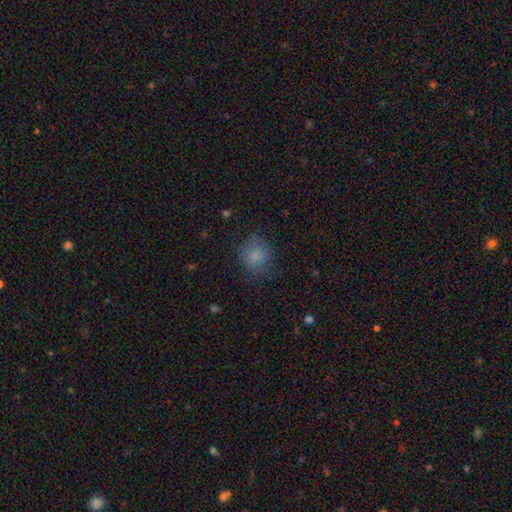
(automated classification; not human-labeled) This is clearly a smooth galaxy (80%). How rounded: likely round (77%). Merging: likely none (68%).